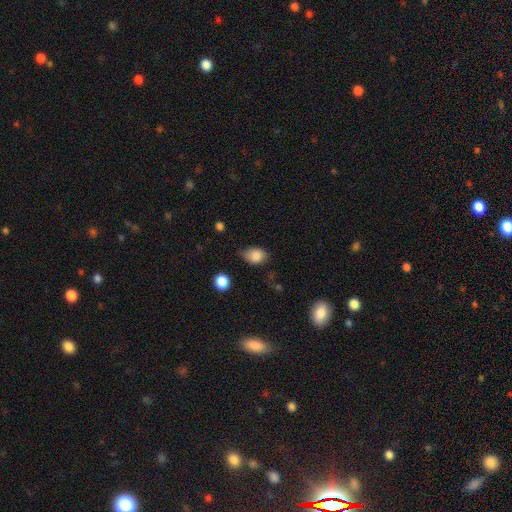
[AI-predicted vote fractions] Morphology: type=smooth (85%); roundness=in between (68%); merging=none (51%).